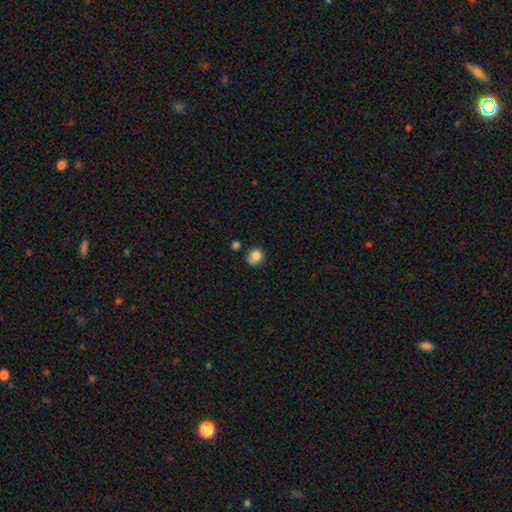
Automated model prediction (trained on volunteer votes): The model was most divided on "merging": none: 66%, minor disturbance: 22%, merger: 7%, major disturbance: 5%. More confident: smooth or featured — smooth (83%); how rounded — round (83%).